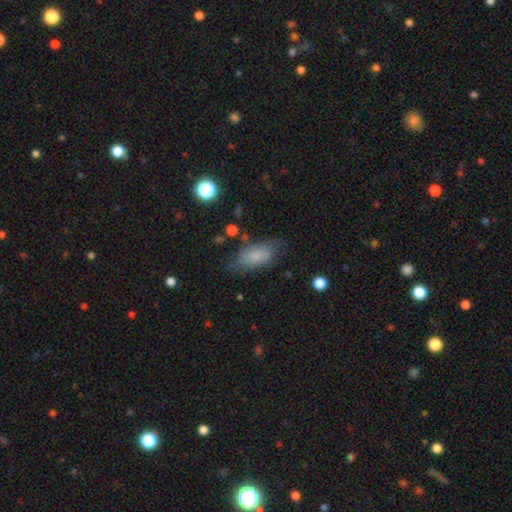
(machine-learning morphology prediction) smooth 71%, featured or disk 21%, star or artifact 8%. Down the decision tree: how rounded — in between (88%); merging — none (65%).